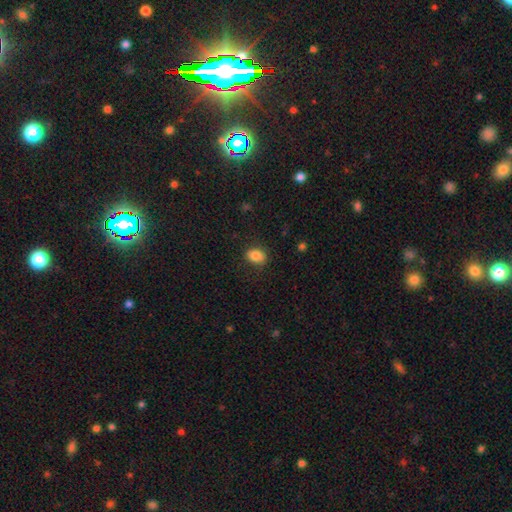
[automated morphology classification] type=smooth (84%); roundness=in between (67%); merging=none (83%).